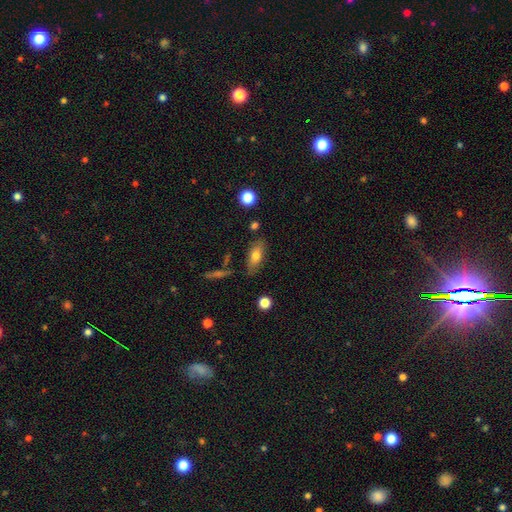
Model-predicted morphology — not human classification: A smooth galaxy with no disk features (70%) that is in between round and cigar-shaped (76%). Merging: none (77%).